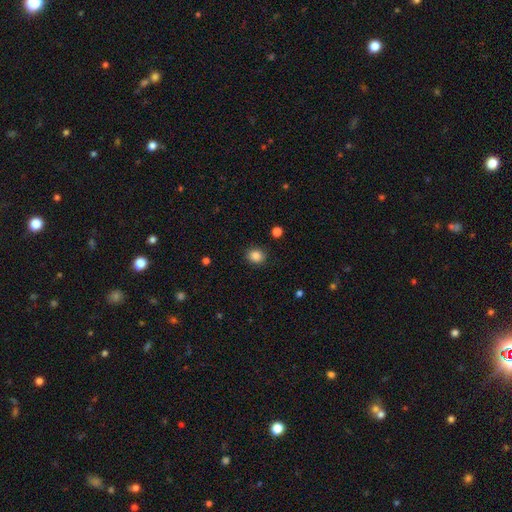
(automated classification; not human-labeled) The model was most divided on "how rounded": round: 74%, in between: 25%, cigar-shaped: 1%. More confident: merging — none (88%); smooth or featured — smooth (86%).